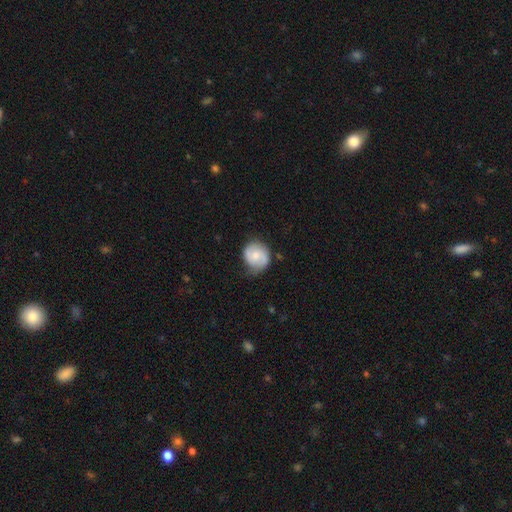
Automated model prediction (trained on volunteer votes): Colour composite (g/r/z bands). It shows a featured or disk galaxy (54%) with no bar (60%), spiral arms (90%) and a moderate central bulge (48%). Merging: none (69%).